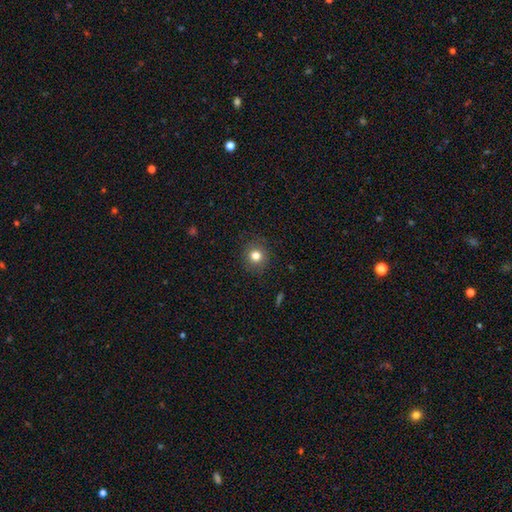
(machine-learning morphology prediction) This appears to be a smooth galaxy with no disk features (80%) that is round (89%). Merging: none (89%).